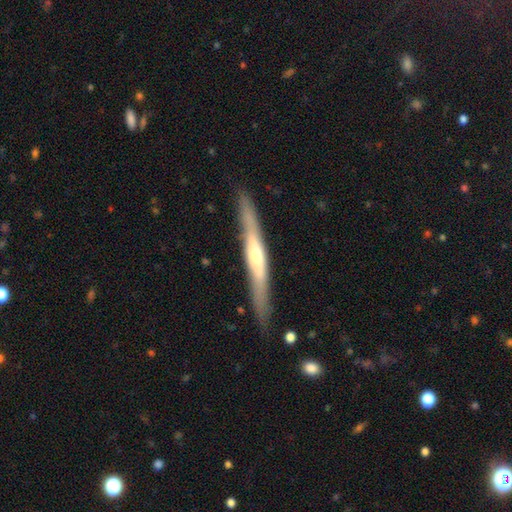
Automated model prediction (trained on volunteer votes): smooth_or_featured: featured or disk (p=0.67) [alt: smooth p=0.27]
disk_edge_on: yes (p=0.94) [alt: no p=0.06]
edge_on_bulge: rounded (p=0.73) [alt: none p=0.18]
merging: none (p=0.86) [alt: minor disturbance p=0.10]